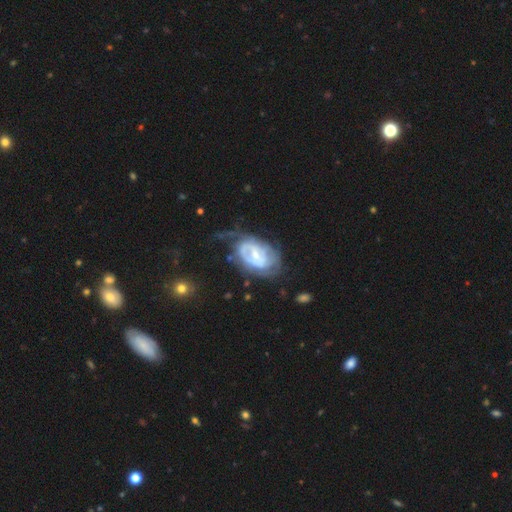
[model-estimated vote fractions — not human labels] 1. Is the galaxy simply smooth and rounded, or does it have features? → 77% featured or disk, 17% smooth, 6% star or artifact.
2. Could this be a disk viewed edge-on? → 97% no, 3% yes.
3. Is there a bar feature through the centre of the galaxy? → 49% weak, 32% no, 19% strong.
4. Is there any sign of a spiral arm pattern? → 82% yes, 18% no.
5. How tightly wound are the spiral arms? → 58% tight, 31% medium, 12% loose.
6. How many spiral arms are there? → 47% can't tell, 32% 2, 8% 3, 7% 1, 3% 4, 3% more than 4.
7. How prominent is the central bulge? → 54% small, 36% moderate, 5% none, 4% large, 1% dominant.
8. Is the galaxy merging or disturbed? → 43% none, 28% minor disturbance, 26% major disturbance, 3% merger.